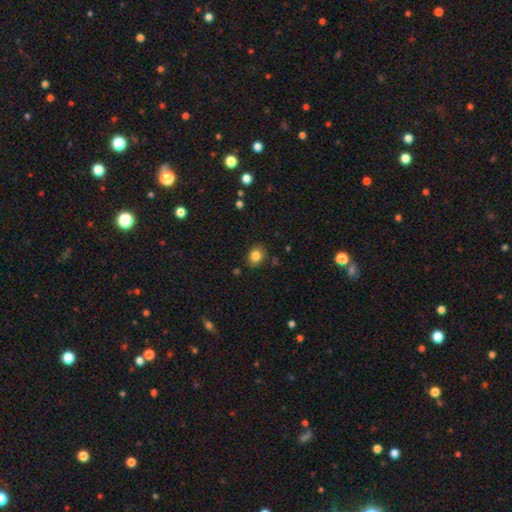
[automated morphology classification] smooth 83%, star or artifact 10%, featured or disk 6%. Down the decision tree: how rounded — round (52%); merging — none (82%).